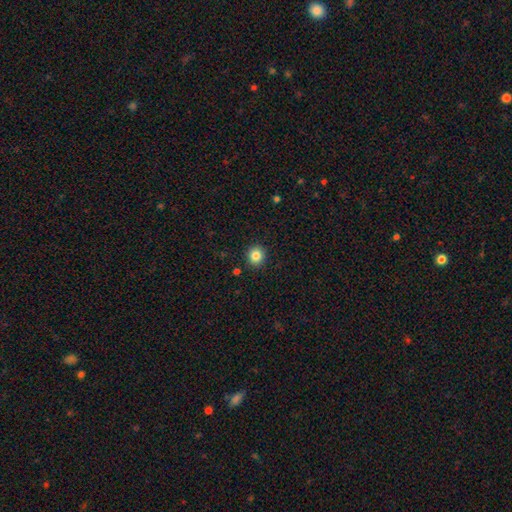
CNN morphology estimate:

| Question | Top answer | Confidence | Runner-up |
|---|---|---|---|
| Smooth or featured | smooth | 84% | star or artifact (11%) |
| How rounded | round | 87% | in between (12%) |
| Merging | none | 91% | minor disturbance (6%) |